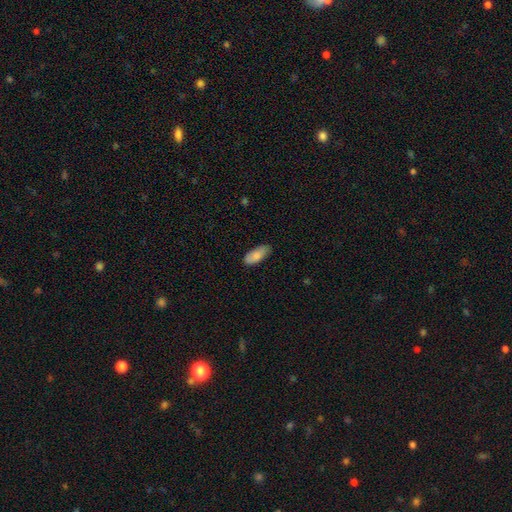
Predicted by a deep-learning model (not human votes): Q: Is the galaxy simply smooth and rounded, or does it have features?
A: smooth — 82%.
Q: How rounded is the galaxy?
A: in between — 87%.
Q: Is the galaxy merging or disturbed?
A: none — 81%.